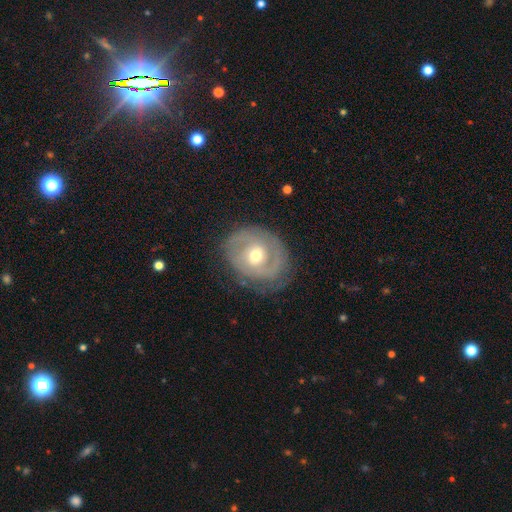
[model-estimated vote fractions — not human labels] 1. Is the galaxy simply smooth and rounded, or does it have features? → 76% featured or disk, 18% smooth, 6% star or artifact.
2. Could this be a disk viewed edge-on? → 96% no, 4% yes.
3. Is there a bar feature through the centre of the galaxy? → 62% no, 30% weak, 9% strong.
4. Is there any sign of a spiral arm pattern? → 79% yes, 21% no.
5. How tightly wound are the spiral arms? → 60% tight, 29% medium, 11% loose.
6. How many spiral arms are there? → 53% 2, 24% can't tell, 11% 1, 7% 3, 2% 4, 2% more than 4.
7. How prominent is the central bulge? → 66% moderate, 29% small, 3% large, 1% none, 1% dominant.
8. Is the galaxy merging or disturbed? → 73% none, 18% minor disturbance, 8% major disturbance, 1% merger.